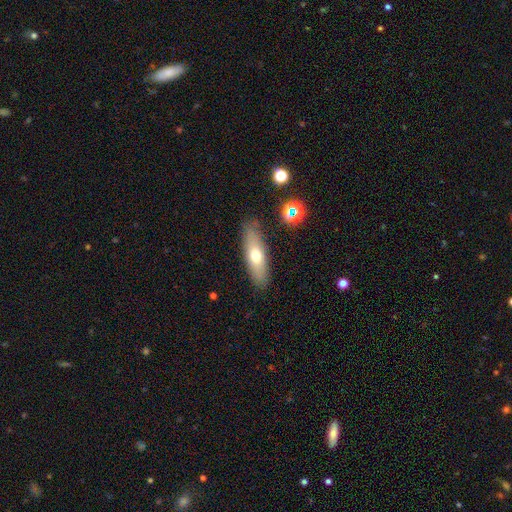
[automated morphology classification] The model was most divided on "how rounded": cigar-shaped: 51%, in between: 46%, round: 3%. More confident: merging — none (84%); smooth or featured — smooth (62%).